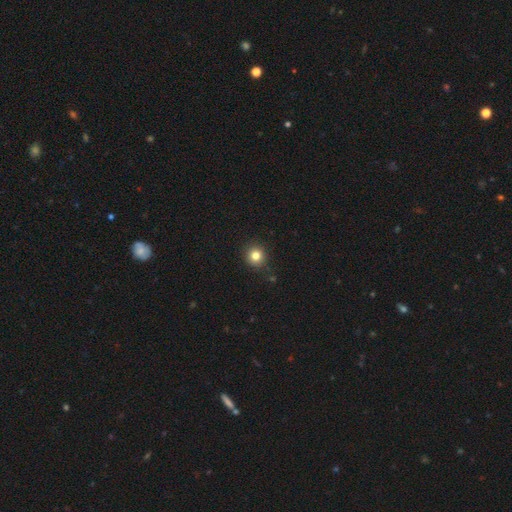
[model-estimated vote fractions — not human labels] This appears to be a smooth galaxy with no disk features (81%) that is round (90%). Merging: none (89%).